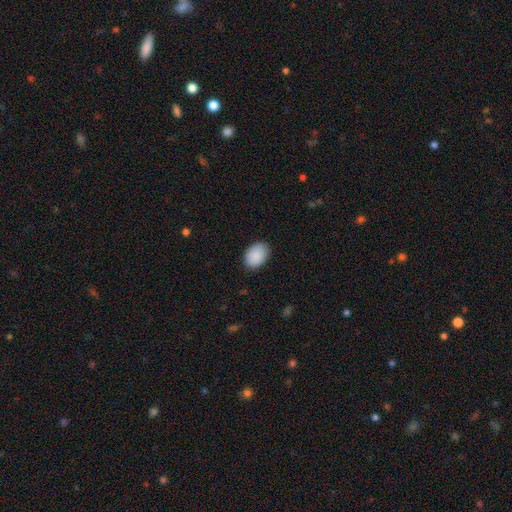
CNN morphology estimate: type=smooth (90%); roundness=in between (80%); merging=none (87%).